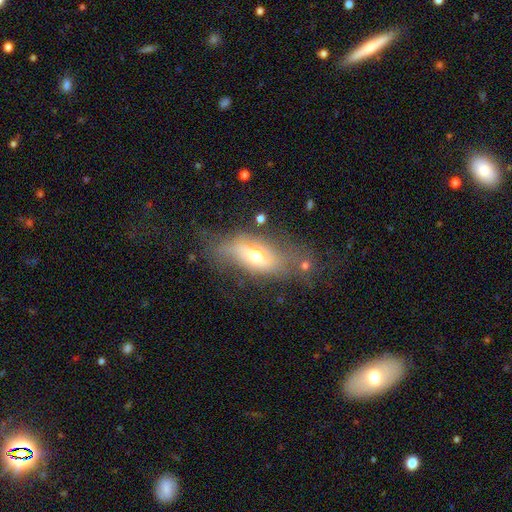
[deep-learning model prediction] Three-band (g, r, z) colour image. It shows a featured or disk galaxy (46%). Merging: none (42%).